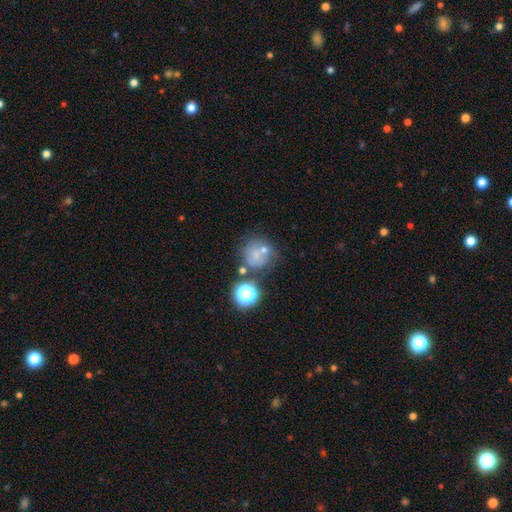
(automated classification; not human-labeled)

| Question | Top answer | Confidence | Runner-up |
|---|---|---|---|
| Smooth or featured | smooth | 63% | star or artifact (19%) |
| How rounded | round | 86% | in between (13%) |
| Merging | none | 55% | merger (21%) |